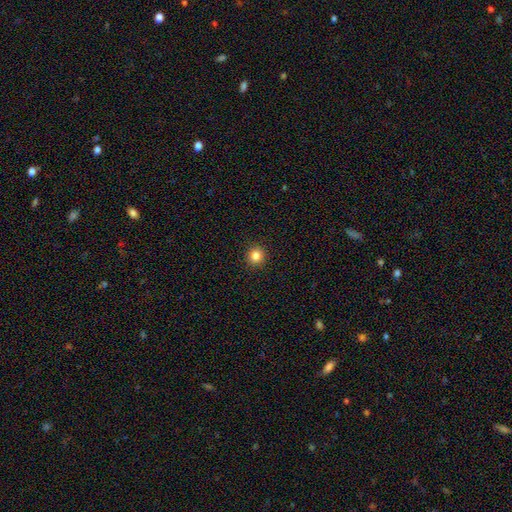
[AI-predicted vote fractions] smooth-or-featured: smooth: 84% | star or artifact: 12% | featured or disk: 4%
  how-rounded: round: 95% | in between: 5% | cigar-shaped: 1%
  merging: none: 93% | minor disturbance: 4% | major disturbance: 2% | merger: 1%